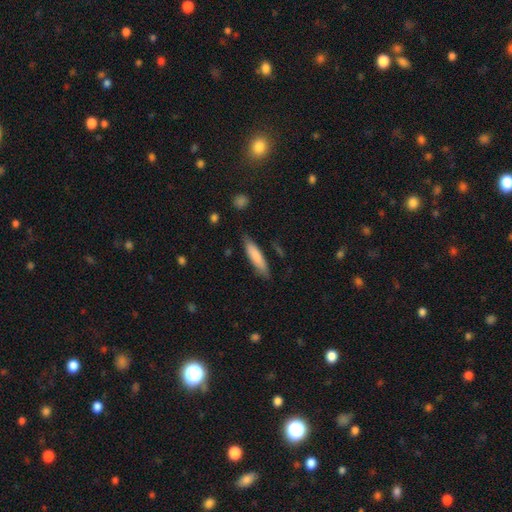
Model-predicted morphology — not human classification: The model was most divided on "how rounded": cigar-shaped: 72%, in between: 26%, round: 1%. More confident: smooth or featured — smooth (80%); merging — none (80%).